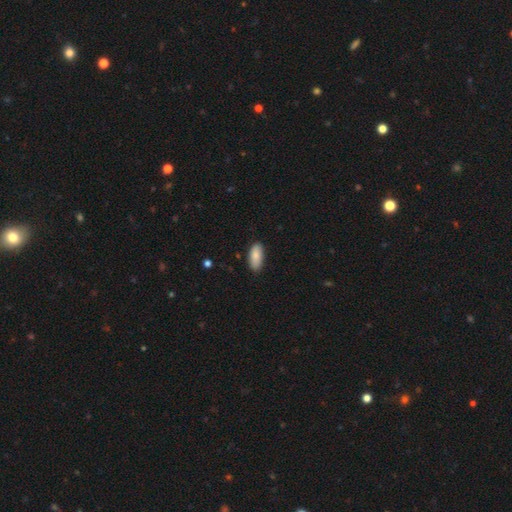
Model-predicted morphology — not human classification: Smooth or featured? smooth (85%)
How rounded? in between (88%)
Merging? none (85%)